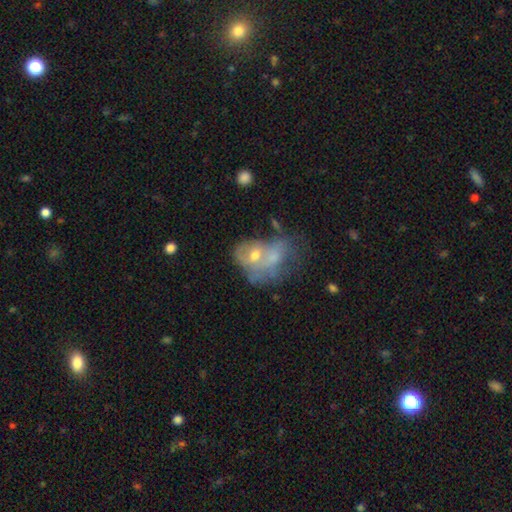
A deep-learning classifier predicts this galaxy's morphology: A featured or disk galaxy (46%). Merging: merger (52%).